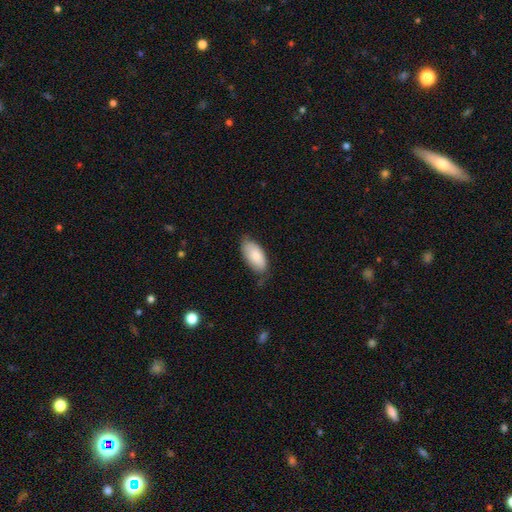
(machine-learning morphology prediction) The model was most divided on "merging": none: 65%, minor disturbance: 28%, major disturbance: 5%, merger: 1%. More confident: how rounded — in between (94%); smooth or featured — smooth (82%).